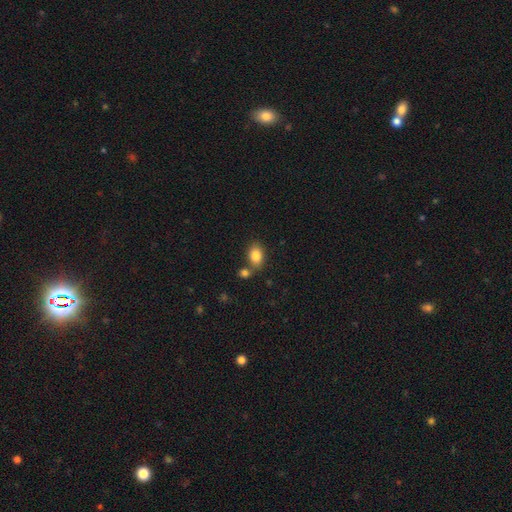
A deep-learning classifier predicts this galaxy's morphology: This is clearly a smooth galaxy (84%). How rounded: clearly in between (81%). Merging: likely none (66%).